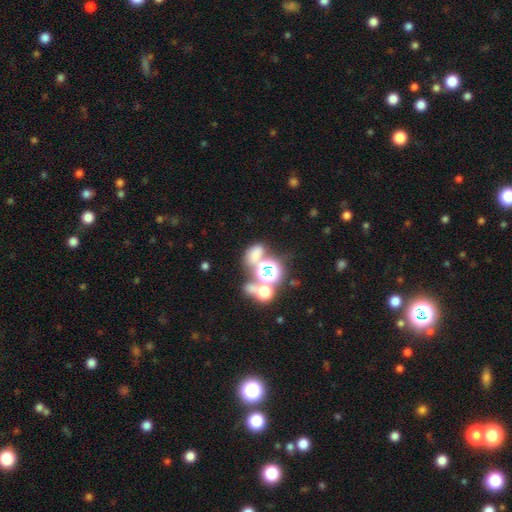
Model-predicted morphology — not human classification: This is possibly a smooth galaxy (50%). Merging: marginally merger (41%).